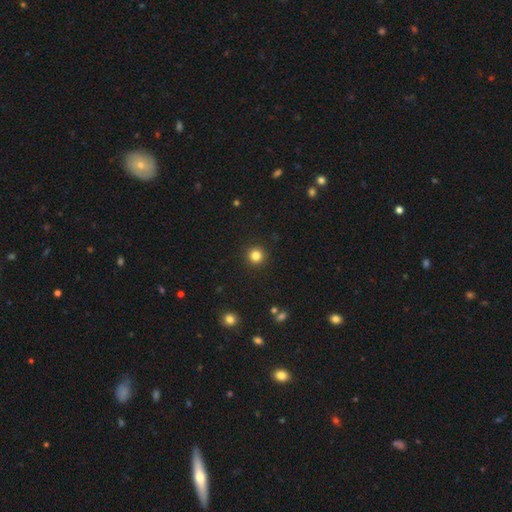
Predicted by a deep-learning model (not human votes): Overall: smooth (83%). How rounded: round (96%). Merging: none (93%).